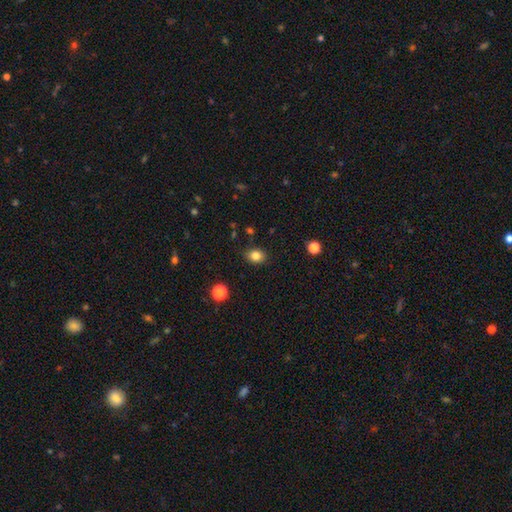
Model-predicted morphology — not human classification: Smooth or featured? Predicted: smooth (p=0.83). How rounded? Predicted: in between (p=0.52). Merging? Predicted: none (p=0.85).